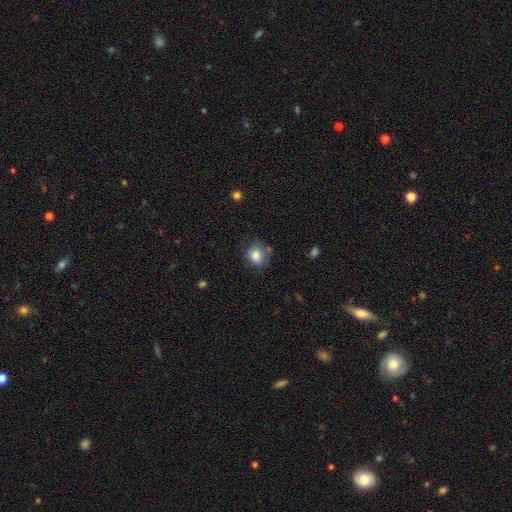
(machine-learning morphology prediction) smooth-or-featured: smooth: 82% | featured or disk: 9% | star or artifact: 9%
  how-rounded: round: 69% | in between: 30% | cigar-shaped: 1%
  merging: none: 64% | minor disturbance: 24% | major disturbance: 8% | merger: 4%